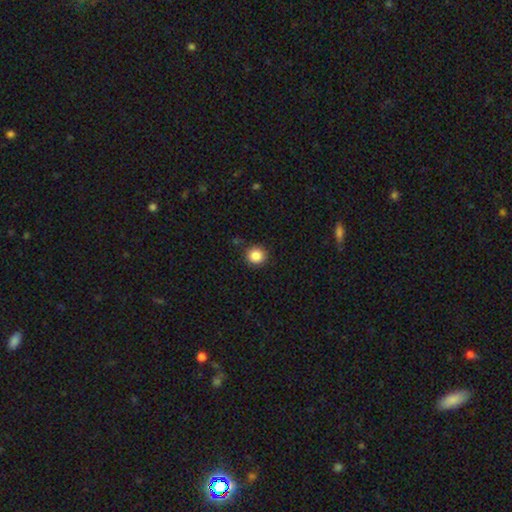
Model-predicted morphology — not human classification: smooth_or_featured: smooth (p=0.86) [alt: star or artifact p=0.10]
how_rounded: round (p=0.93) [alt: in between p=0.06]
merging: none (p=0.86) [alt: minor disturbance p=0.09]